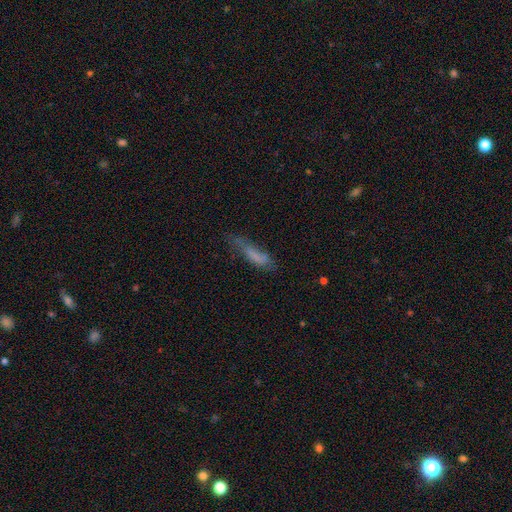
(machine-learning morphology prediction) Smooth or featured: smooth — 64% (featured or disk — 26%)
How rounded: cigar-shaped — 68% (in between — 30%)
Merging: none — 42% (minor disturbance — 32%)